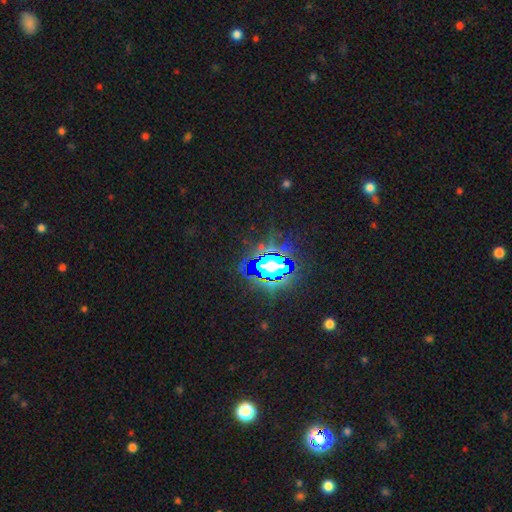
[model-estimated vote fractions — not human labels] This is likely a star or artifact rather than a galaxy (74%).